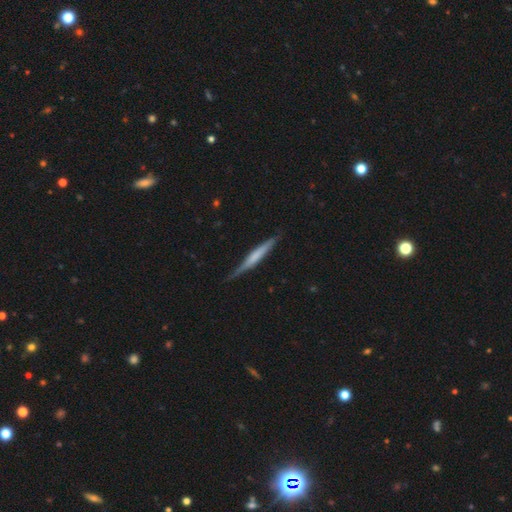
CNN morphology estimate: smooth-or-featured: featured or disk: 55% | smooth: 39% | star or artifact: 5%
  disk-edge-on: yes: 97% | no: 3%
    edge-on-bulge: none: 48% | rounded: 27% | boxy: 25%
  merging: none: 83% | minor disturbance: 13% | major disturbance: 2% | merger: 1%